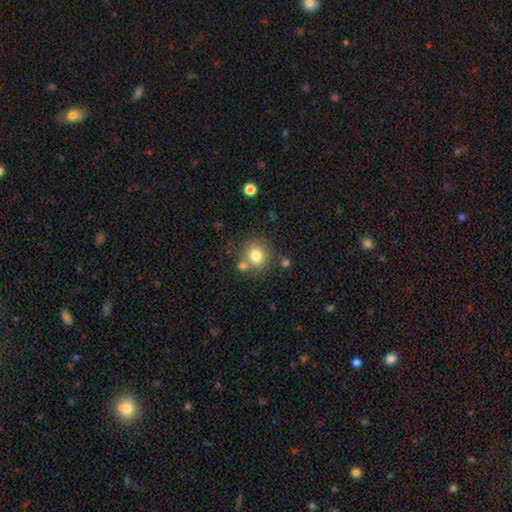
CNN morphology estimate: Smooth or featured: smooth — 78% (star or artifact — 11%)
How rounded: round — 85% (in between — 14%)
Merging: none — 66% (merger — 17%)